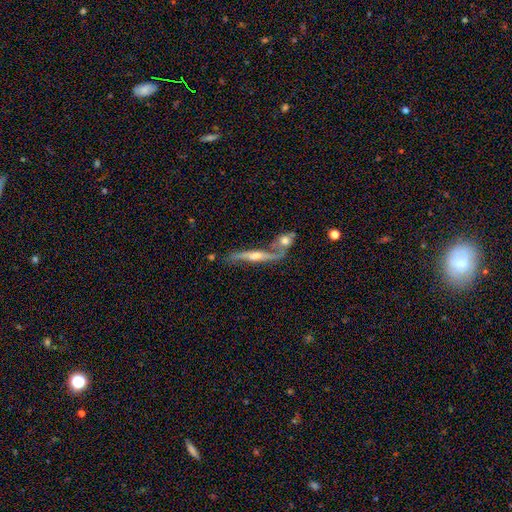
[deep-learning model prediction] This appears to be a featured or disk galaxy (79%) viewed edge-on (81%) with a rounded central bulge (89%). Merging: none (49%).